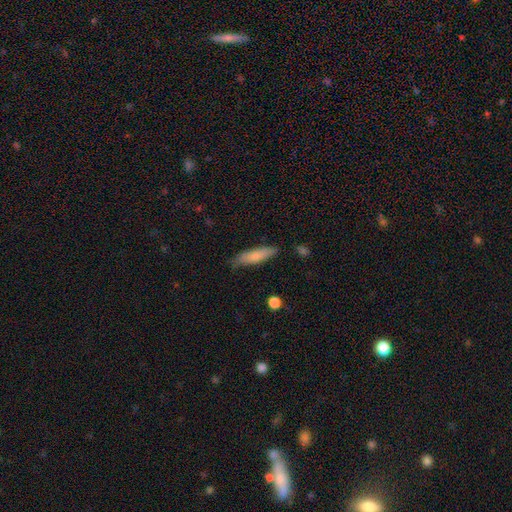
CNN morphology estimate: Q: Smooth or featured?
A: smooth (75%); runner-up: featured or disk (19%)
Q: How rounded?
A: cigar-shaped (73%); runner-up: in between (25%)
Q: Merging?
A: none (76%); runner-up: minor disturbance (19%)